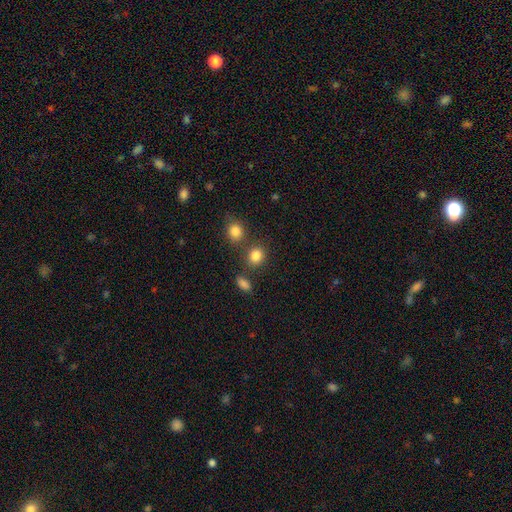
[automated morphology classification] A smooth galaxy with no disk features (83%) that is round (73%).

Vote fractions:
- Smooth or featured? smooth: 83% / star or artifact: 12% / featured or disk: 5%
- How rounded? round: 73% / in between: 26% / cigar-shaped: 1%
- Merging? none: 72% / merger: 14% / minor disturbance: 10% / major disturbance: 4%